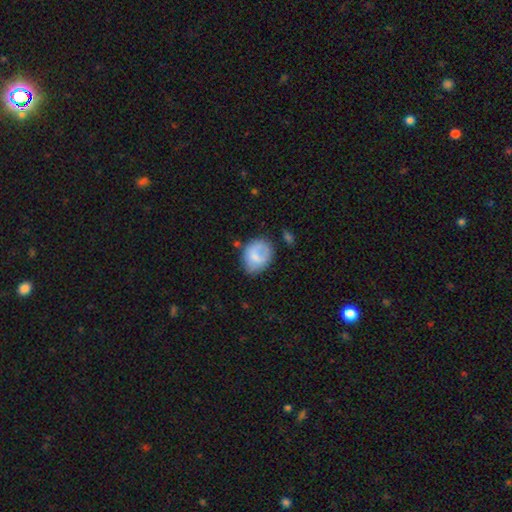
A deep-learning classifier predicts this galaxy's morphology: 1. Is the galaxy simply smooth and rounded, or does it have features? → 71% smooth, 22% featured or disk, 7% star or artifact.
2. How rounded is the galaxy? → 53% round, 46% in between, 1% cigar-shaped.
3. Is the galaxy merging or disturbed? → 55% none, 28% minor disturbance, 12% major disturbance, 4% merger.